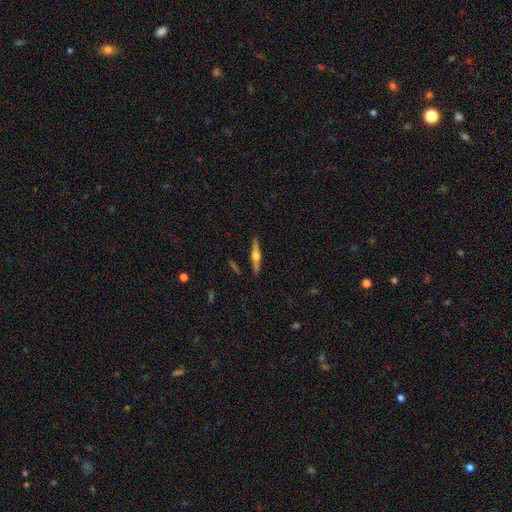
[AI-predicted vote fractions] Smooth or featured? featured or disk (73%)
Edge-on disk? yes (98%)
Edge-on bulge? rounded (94%)
Merging? none (90%)